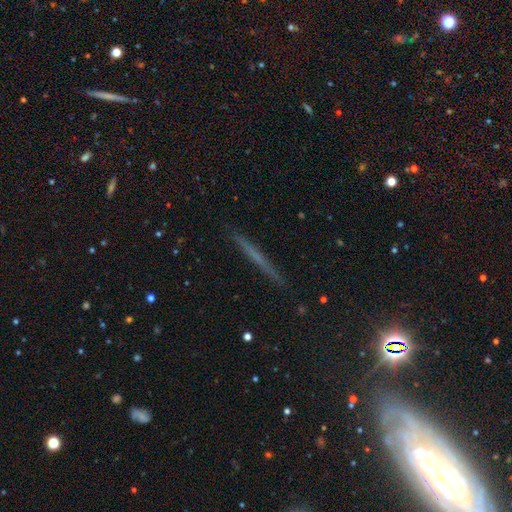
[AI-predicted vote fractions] Smooth or featured?
  - featured or disk: 49% *
  - smooth: 39%
  - star or artifact: 12%
Merging?
  - none: 90% *
  - minor disturbance: 7%
  - major disturbance: 2%
  - merger: 1%